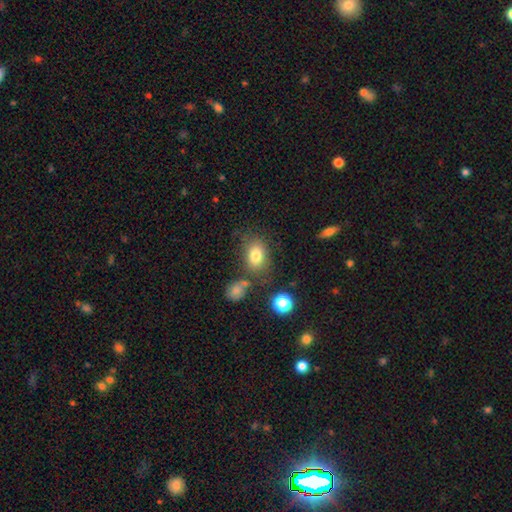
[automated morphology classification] This is likely a smooth galaxy (79%). How rounded: likely in between (74%). Merging: likely none (69%).